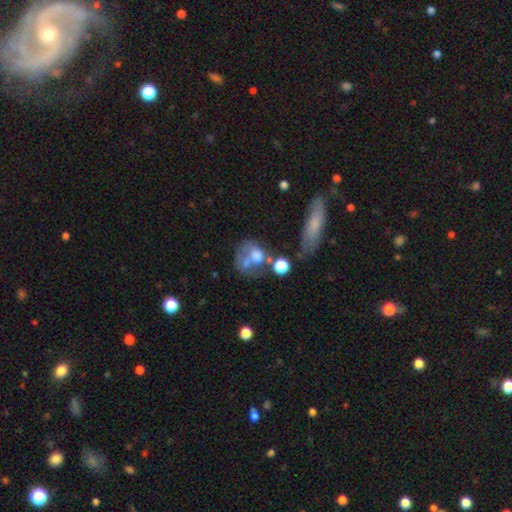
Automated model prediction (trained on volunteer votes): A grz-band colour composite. It shows a smooth galaxy with no disk features (52%) that is round (51%). Merging: merger (36%).